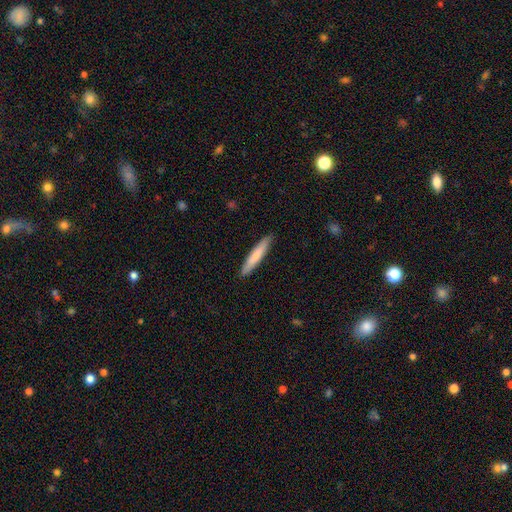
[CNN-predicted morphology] type=smooth (76%); roundness=cigar-shaped (93%); merging=none (91%).